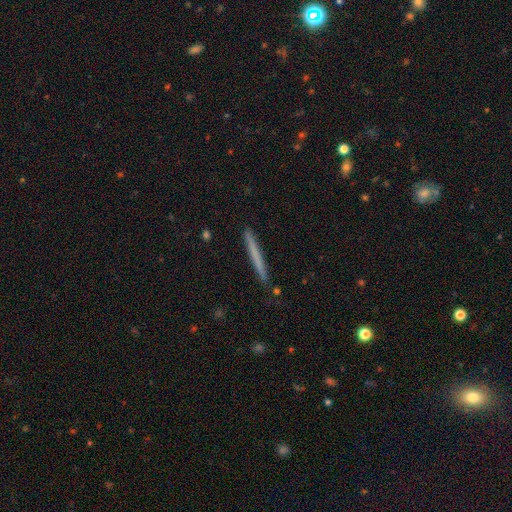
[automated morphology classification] This is likely a smooth galaxy (61%). How rounded: clearly cigar-shaped (97%). Merging: clearly none (90%).